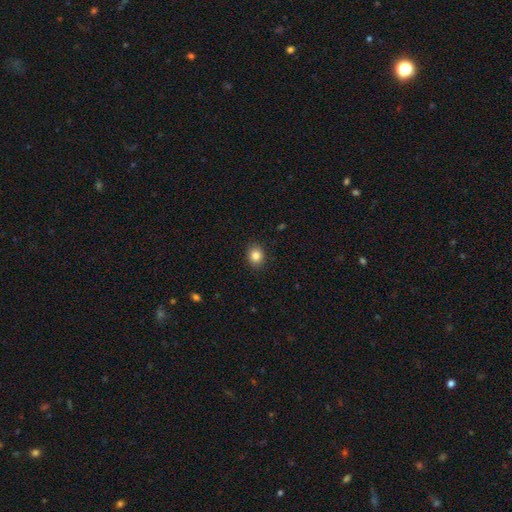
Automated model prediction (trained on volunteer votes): Smooth or featured? Predicted: smooth (p=0.84). How rounded? Predicted: round (p=0.64). Merging? Predicted: none (p=0.89).